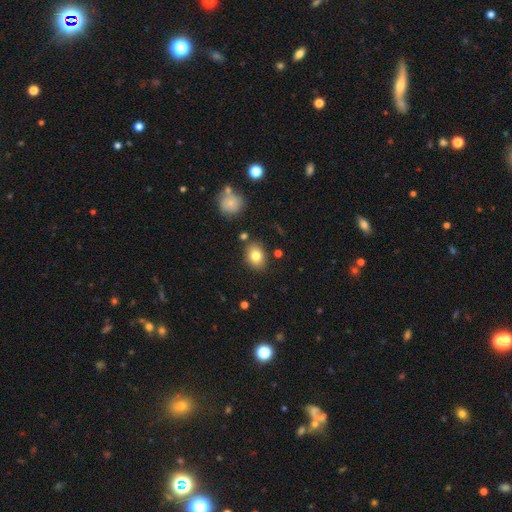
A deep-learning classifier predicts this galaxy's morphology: Smooth or featured? smooth (79%)
How rounded? in between (64%)
Merging? none (82%)